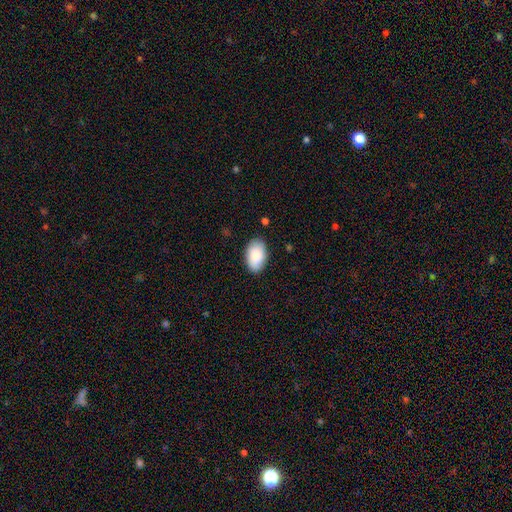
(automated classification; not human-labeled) smooth-or-featured: smooth: 88% | featured or disk: 6% | star or artifact: 6%
  how-rounded: in between: 94% | round: 5% | cigar-shaped: 1%
  merging: none: 85% | minor disturbance: 11% | major disturbance: 2% | merger: 1%